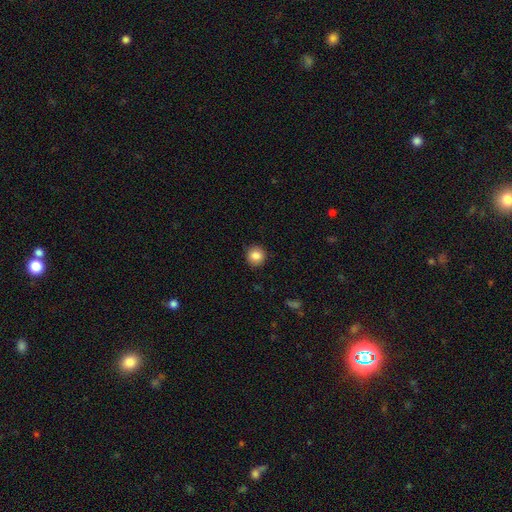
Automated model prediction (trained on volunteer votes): A smooth galaxy with no disk features (86%) that is round (92%).

Vote fractions:
- Smooth or featured? smooth: 86% / star or artifact: 9% / featured or disk: 5%
- How rounded? round: 92% / in between: 7% / cigar-shaped: 1%
- Merging? none: 90% / minor disturbance: 7% / major disturbance: 2% / merger: 1%